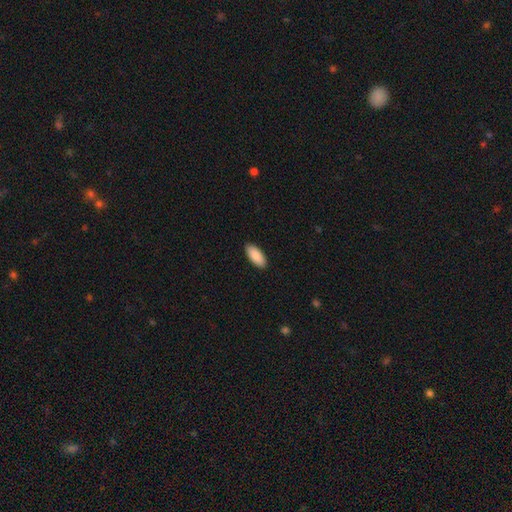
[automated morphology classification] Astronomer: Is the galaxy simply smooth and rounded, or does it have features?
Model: smooth — 90%.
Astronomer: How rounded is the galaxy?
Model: in between — 88%.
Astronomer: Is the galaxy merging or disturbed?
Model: none — 91%.